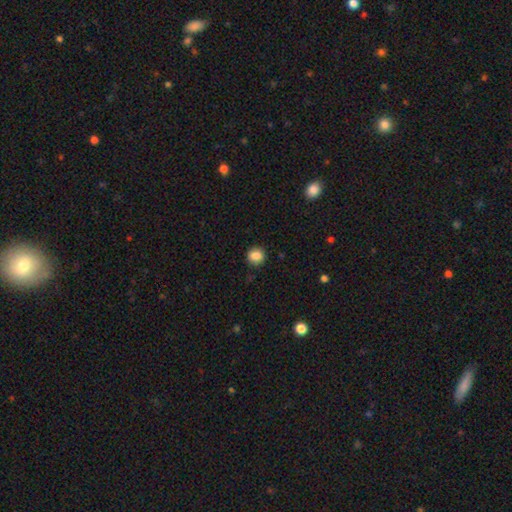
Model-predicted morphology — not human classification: type=smooth (86%); roundness=round (83%); merging=none (87%).